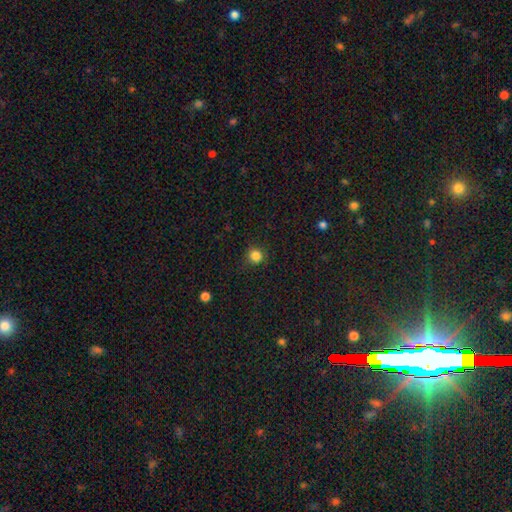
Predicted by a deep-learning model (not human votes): A smooth galaxy with no disk features (84%) that is round (91%).

Vote fractions:
- Smooth or featured? smooth: 84% / star or artifact: 12% / featured or disk: 4%
- How rounded? round: 91% / in between: 8% / cigar-shaped: 1%
- Merging? none: 86% / minor disturbance: 10% / major disturbance: 3% / merger: 1%